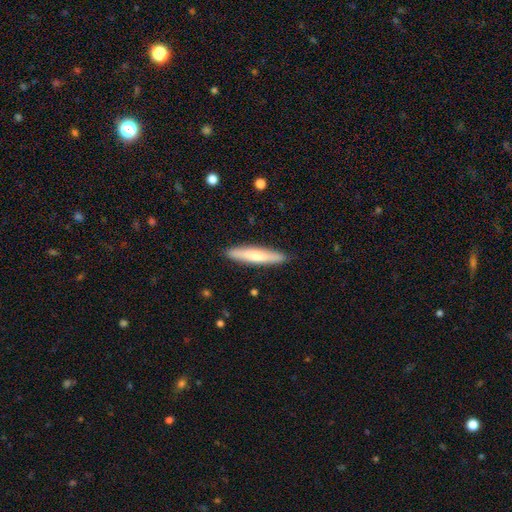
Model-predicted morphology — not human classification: A smooth galaxy with no disk features (68%) that is cigar-shaped (91%). Merging: none (90%).